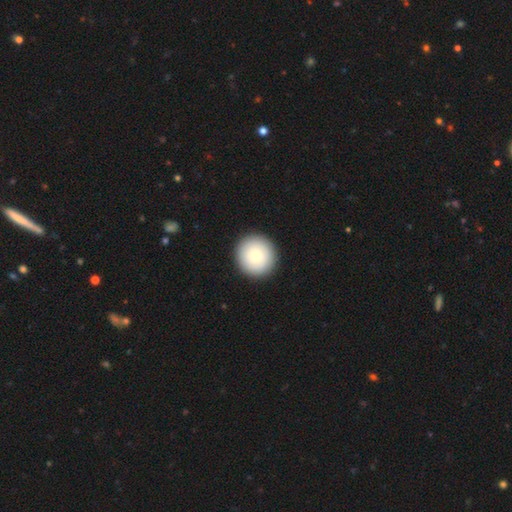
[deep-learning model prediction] This appears to be a smooth galaxy with no disk features (77%) that is round (95%). Merging: none (93%).